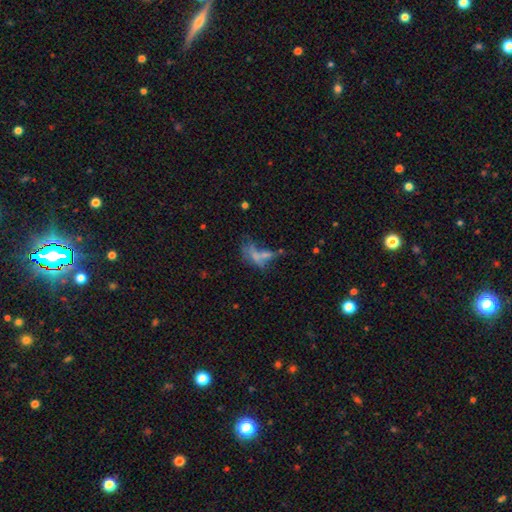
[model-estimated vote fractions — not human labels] This appears to be a smooth galaxy with no disk features (46%). Merging: merger (32%).